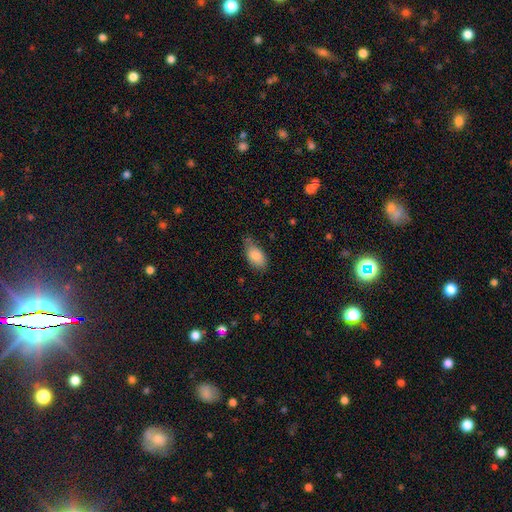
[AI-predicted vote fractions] A smooth galaxy with no disk features (86%) that is in between round and cigar-shaped (92%).

Vote fractions:
- Smooth or featured? smooth: 86% / featured or disk: 8% / star or artifact: 7%
- How rounded? in between: 92% / round: 4% / cigar-shaped: 4%
- Merging? none: 51% / minor disturbance: 37% / major disturbance: 9% / merger: 3%